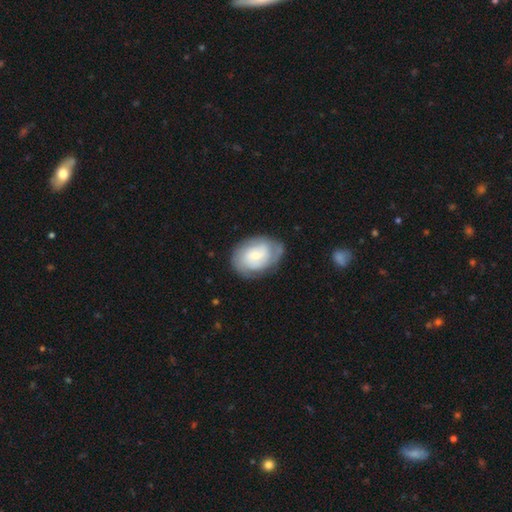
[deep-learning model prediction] Smooth or featured?
  - featured or disk: 55% *
  - smooth: 38%
  - star or artifact: 7%
Edge-on disk?
  - no: 97% *
  - yes: 3%
Bar?
  - no: 53% *
  - weak: 40%
  - strong: 8%
Spiral arms?
  - yes: 81% *
  - no: 19%
Bulge size?
  - small: 58% *
  - moderate: 32%
  - large: 5%
  - none: 4%
  - dominant: 1%
Merging?
  - none: 69% *
  - minor disturbance: 22%
  - major disturbance: 8%
  - merger: 2%